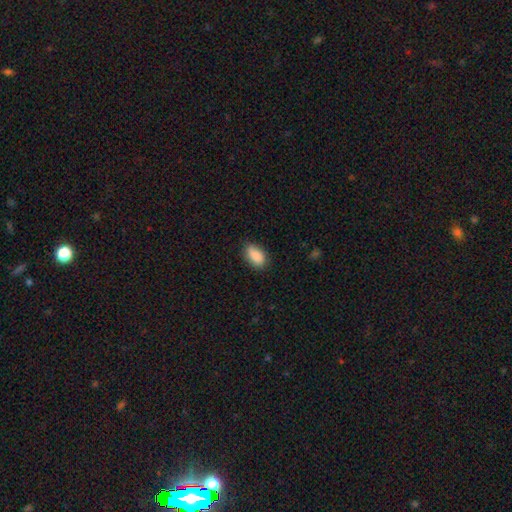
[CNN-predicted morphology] A smooth galaxy with no disk features (88%) that is in between round and cigar-shaped (91%). Merging: none (79%).